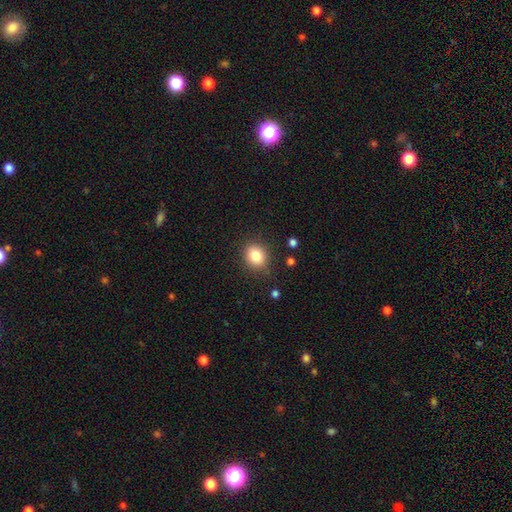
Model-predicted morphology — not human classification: Q: Smooth or featured?
A: smooth (82%); runner-up: star or artifact (10%)
Q: How rounded?
A: round (66%); runner-up: in between (33%)
Q: Merging?
A: none (84%); runner-up: minor disturbance (11%)